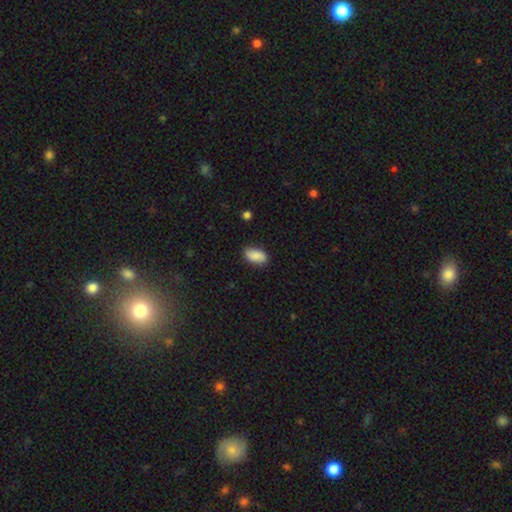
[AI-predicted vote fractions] Morphology: type=smooth (87%); roundness=in between (93%); merging=none (83%).